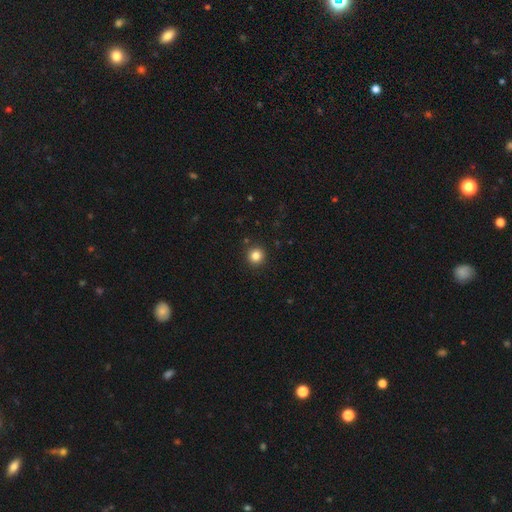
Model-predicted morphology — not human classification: Smooth or featured?
  - smooth: 83% *
  - star or artifact: 12%
  - featured or disk: 5%
How rounded?
  - round: 95% *
  - in between: 4%
  - cigar-shaped: 1%
Merging?
  - none: 92% *
  - minor disturbance: 5%
  - major disturbance: 2%
  - merger: 1%